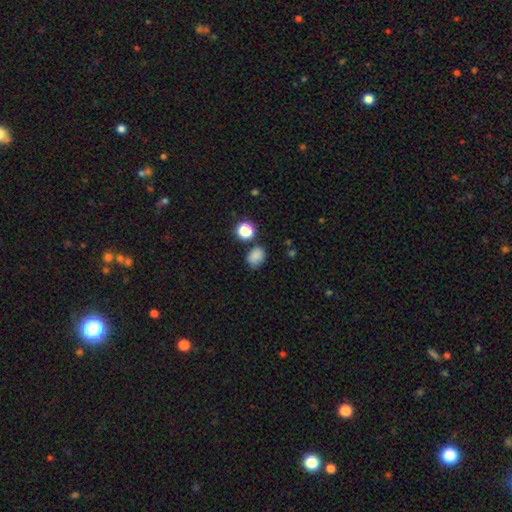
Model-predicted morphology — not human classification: This appears to be a smooth galaxy with no disk features (81%) that is in between round and cigar-shaped (60%). Merging: none (68%).